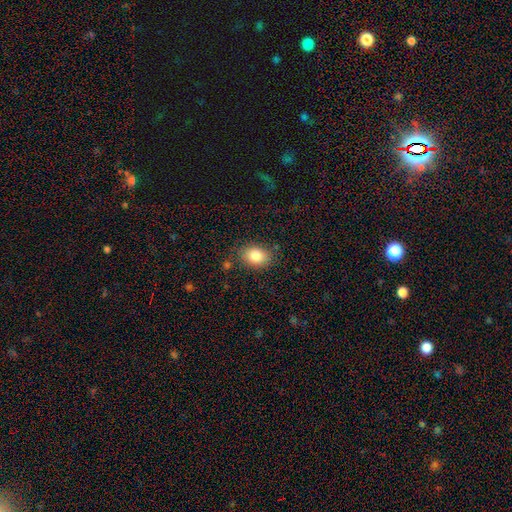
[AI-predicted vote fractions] Smooth or featured? Predicted: smooth (p=0.84). How rounded? Predicted: in between (p=0.73). Merging? Predicted: none (p=0.81).